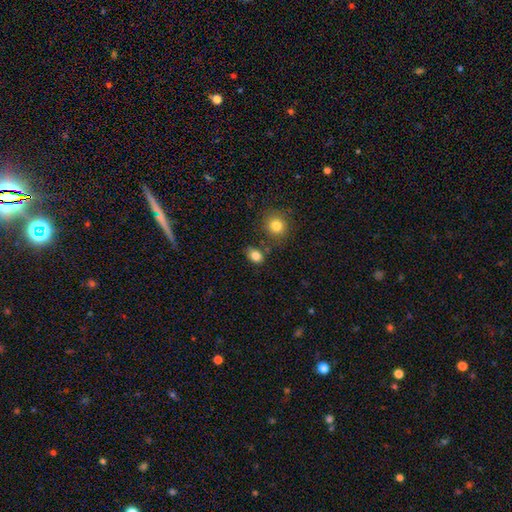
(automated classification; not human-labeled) Q: Smooth or featured?
A: smooth (84%); runner-up: star or artifact (10%)
Q: How rounded?
A: in between (71%); runner-up: round (28%)
Q: Merging?
A: none (71%); runner-up: minor disturbance (16%)